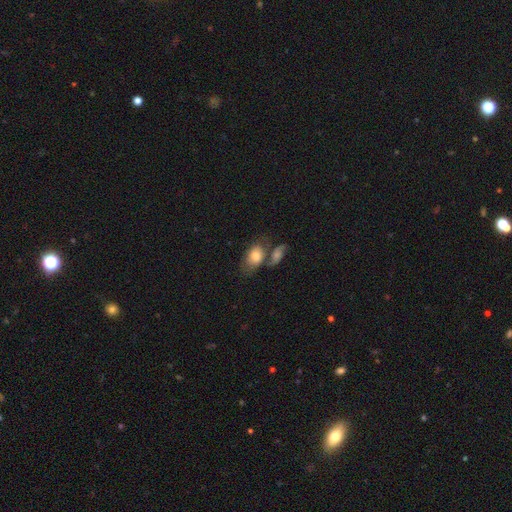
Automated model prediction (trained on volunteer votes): Smooth or featured? Predicted: smooth (p=0.66). How rounded? Predicted: in between (p=0.85). Merging? Predicted: merger (p=0.46).